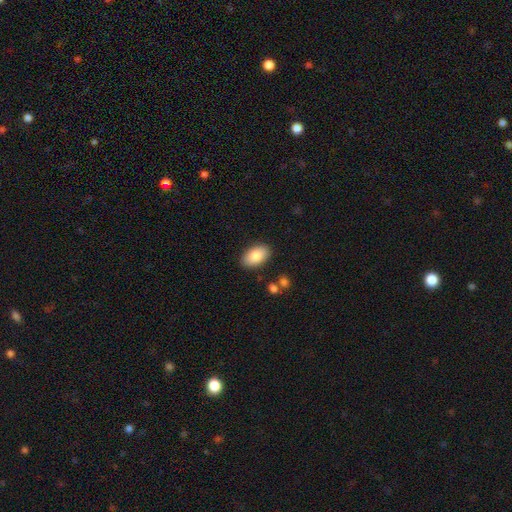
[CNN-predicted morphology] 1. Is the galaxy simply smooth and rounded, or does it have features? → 85% smooth, 9% featured or disk, 6% star or artifact.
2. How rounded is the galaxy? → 93% in between, 5% round, 1% cigar-shaped.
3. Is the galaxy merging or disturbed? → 87% none, 9% minor disturbance, 2% major disturbance, 2% merger.